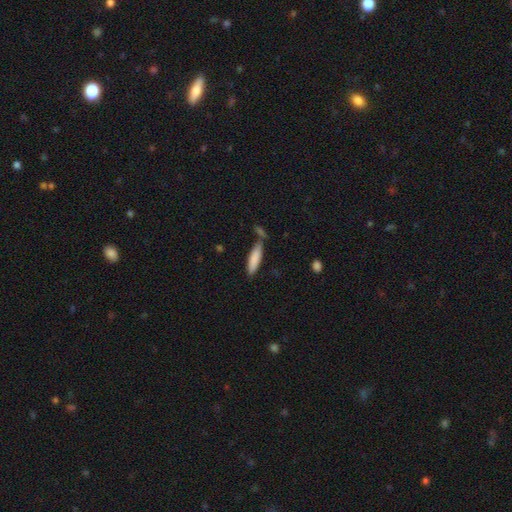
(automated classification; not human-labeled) smooth_or_featured: smooth (p=0.81) [alt: featured or disk p=0.11]
how_rounded: cigar-shaped (p=0.73) [alt: in between p=0.25]
merging: none (p=0.67) [alt: minor disturbance p=0.15]